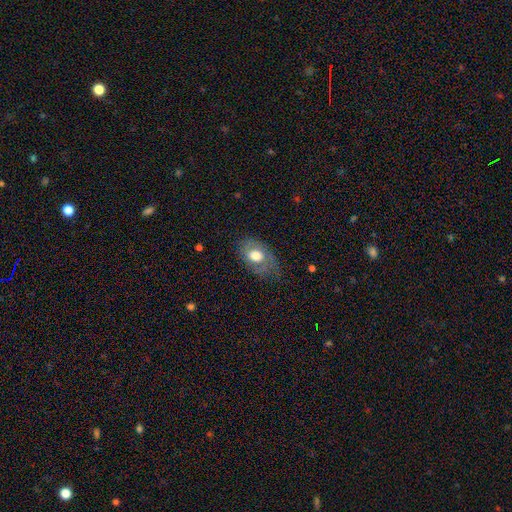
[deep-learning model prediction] smooth-or-featured: smooth: 58% | featured or disk: 34% | star or artifact: 8%
  how-rounded: in between: 82% | round: 17% | cigar-shaped: 2%
  merging: none: 57% | minor disturbance: 28% | major disturbance: 13% | merger: 1%